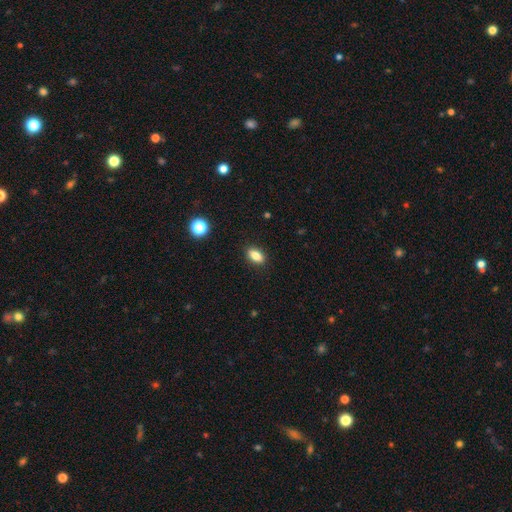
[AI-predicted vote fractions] Overall: smooth (83%). How rounded: in between (86%). Merging: none (89%).